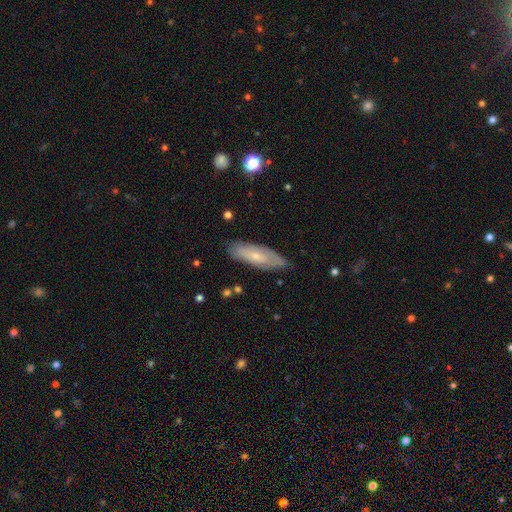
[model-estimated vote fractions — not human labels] smooth-or-featured: smooth: 50% | featured or disk: 44% | star or artifact: 6%
  merging: none: 79% | minor disturbance: 16% | major disturbance: 3% | merger: 1%